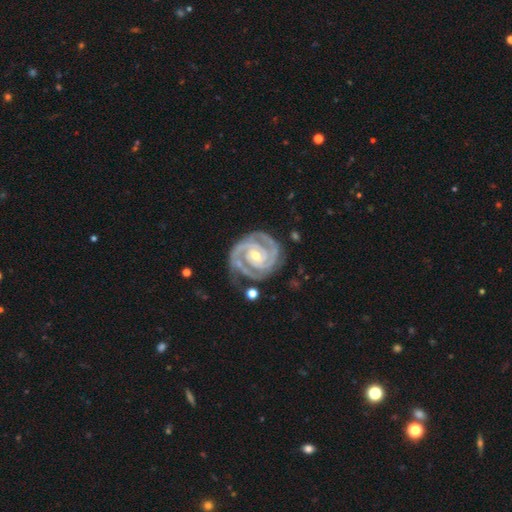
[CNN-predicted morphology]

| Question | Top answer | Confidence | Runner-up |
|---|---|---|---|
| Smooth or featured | featured or disk | 94% | star or artifact (4%) |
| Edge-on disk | no | 98% | yes (2%) |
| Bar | no | 52% | weak (31%) |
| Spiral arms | yes | 99% | no (1%) |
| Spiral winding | tight | 79% | medium (19%) |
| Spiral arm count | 2 | 59% | 3 (26%) |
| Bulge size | small | 50% | moderate (47%) |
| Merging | none | 70% | minor disturbance (20%) |